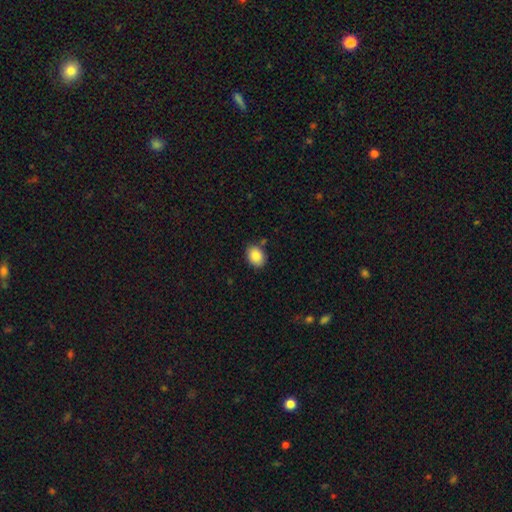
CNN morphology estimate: smooth_or_featured: smooth (p=0.87) [alt: star or artifact p=0.08]
how_rounded: in between (p=0.67) [alt: round p=0.32]
merging: none (p=0.83) [alt: minor disturbance p=0.12]